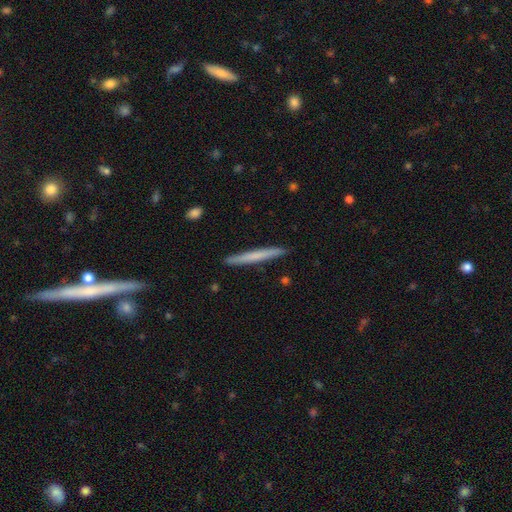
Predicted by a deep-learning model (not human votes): smooth_or_featured: smooth (p=0.61) [alt: featured or disk p=0.34]
how_rounded: cigar-shaped (p=0.97) [alt: in between p=0.02]
merging: none (p=0.92) [alt: minor disturbance p=0.06]